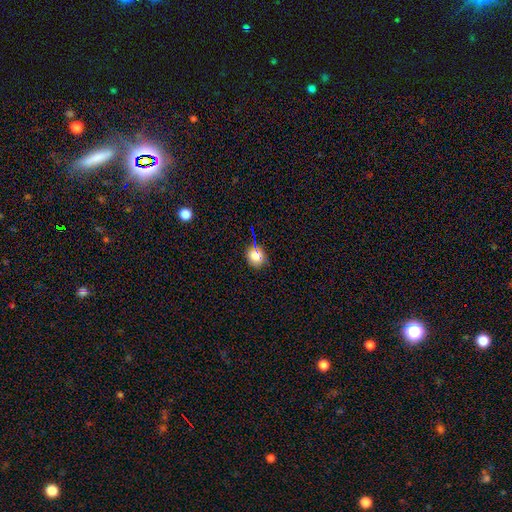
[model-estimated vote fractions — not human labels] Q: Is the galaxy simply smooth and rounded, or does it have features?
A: smooth — 74%.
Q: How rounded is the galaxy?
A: round — 74%.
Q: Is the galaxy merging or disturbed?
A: none — 78%.